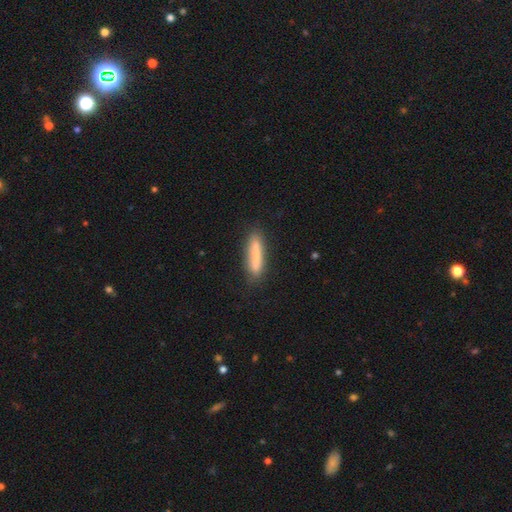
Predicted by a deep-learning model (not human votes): smooth 76%, featured or disk 17%, star or artifact 7%. Down the decision tree: how rounded — cigar-shaped (85%); merging — none (82%).